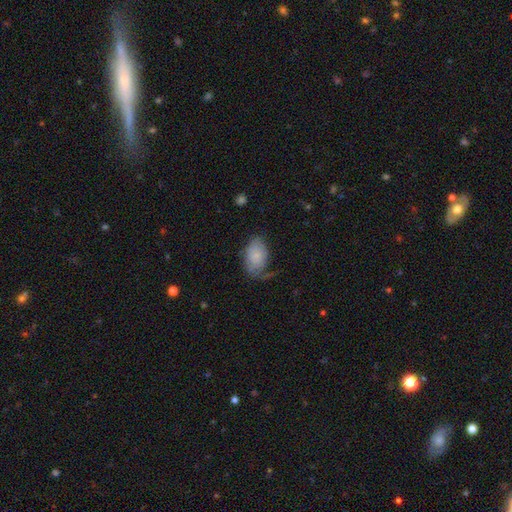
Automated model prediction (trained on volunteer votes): smooth-or-featured: smooth: 69% | featured or disk: 24% | star or artifact: 7%
  how-rounded: in between: 89% | round: 9% | cigar-shaped: 1%
  merging: none: 38% | minor disturbance: 31% | major disturbance: 28% | merger: 3%